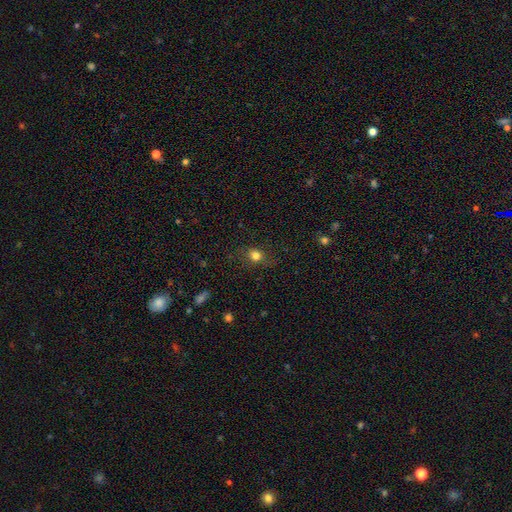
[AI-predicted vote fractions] A smooth galaxy with no disk features (78%) that is round (67%).

Vote fractions:
- Smooth or featured? smooth: 78% / star or artifact: 14% / featured or disk: 8%
- How rounded? round: 67% / in between: 31% / cigar-shaped: 2%
- Merging? none: 77% / minor disturbance: 15% / major disturbance: 6% / merger: 1%